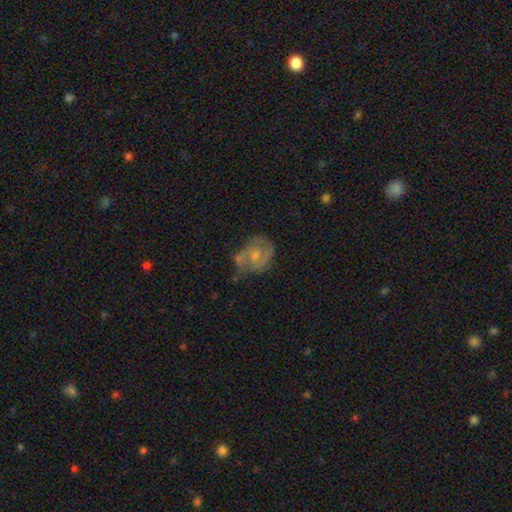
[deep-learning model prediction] smooth-or-featured: featured or disk: 66% | smooth: 27% | star or artifact: 7%
  disk-edge-on: no: 98% | yes: 2%
    bar: no: 52% | weak: 41% | strong: 7%
    has-spiral-arms: yes: 79% | no: 21%
      spiral-winding: medium: 49% | tight: 31% | loose: 20%
      spiral-arm-count: 2: 66% | can't tell: 17% | 3: 7% | 1: 6% | 4: 2% | more than 4: 2%
    bulge-size: small: 47% | moderate: 40% | none: 9% | large: 3% | dominant: 1%
  merging: none: 45% | minor disturbance: 29% | major disturbance: 17% | merger: 8%